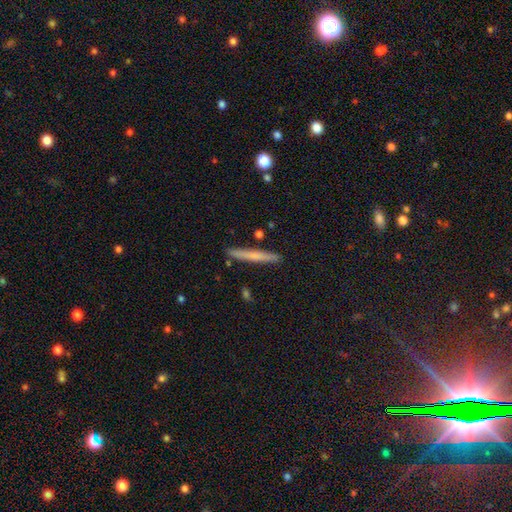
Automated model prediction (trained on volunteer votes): Smooth or featured? Predicted: smooth (p=0.64). How rounded? Predicted: cigar-shaped (p=0.96). Merging? Predicted: none (p=0.89).